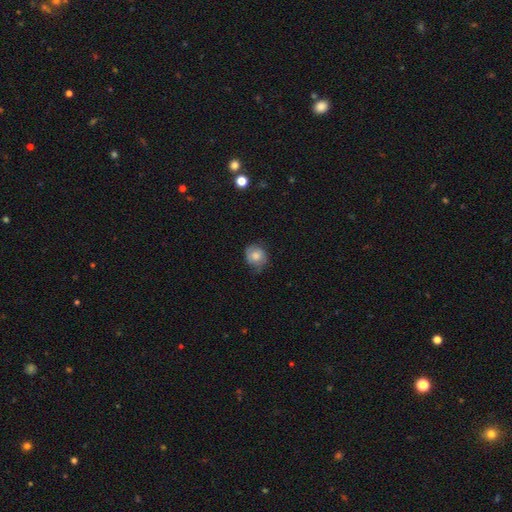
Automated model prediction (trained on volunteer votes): This is likely a smooth galaxy (70%). How rounded: likely round (73%). Merging: likely none (62%).